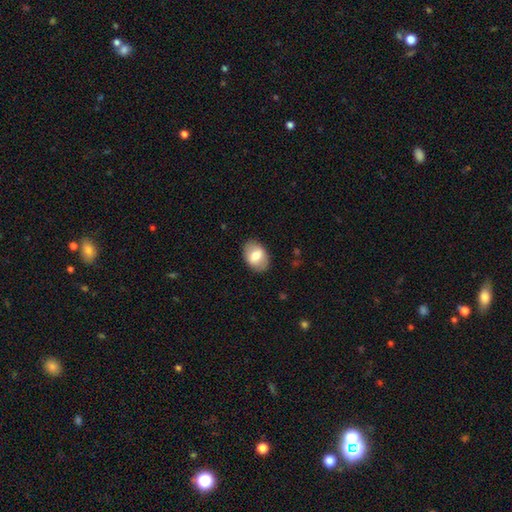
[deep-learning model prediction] A smooth galaxy with no disk features (70%) that is in between round and cigar-shaped (84%). Merging: none (86%).